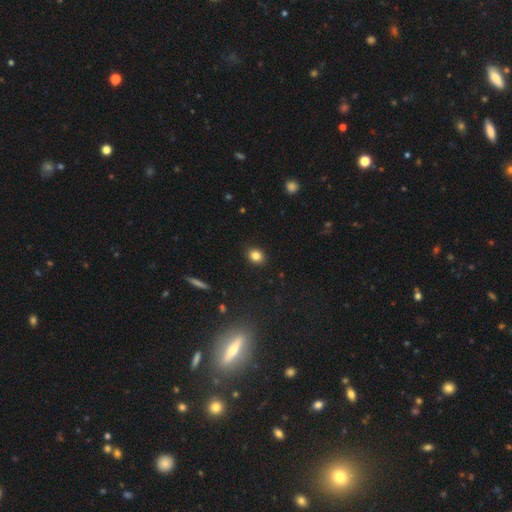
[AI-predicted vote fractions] Smooth or featured? smooth (83%)
How rounded? round (56%)
Merging? none (89%)